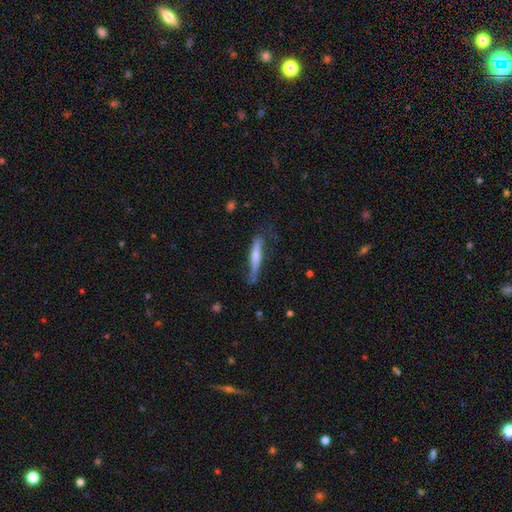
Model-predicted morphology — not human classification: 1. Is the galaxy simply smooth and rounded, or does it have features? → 53% smooth, 41% featured or disk, 6% star or artifact.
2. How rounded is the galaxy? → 90% cigar-shaped, 9% in between, 1% round.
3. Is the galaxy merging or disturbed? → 59% none, 28% minor disturbance, 10% major disturbance, 3% merger.